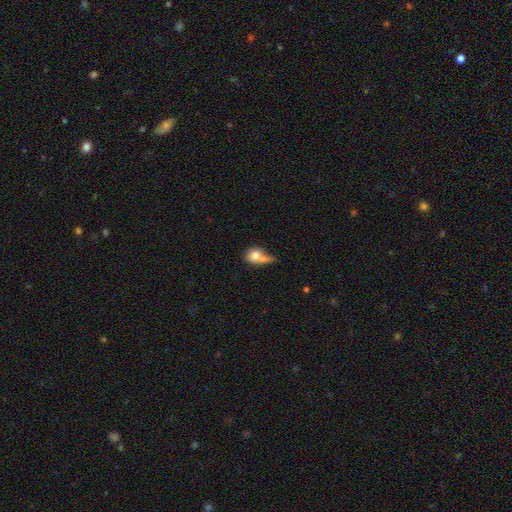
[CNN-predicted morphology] Smooth or featured? smooth (71%)
How rounded? in between (52%)
Merging? merger (47%)